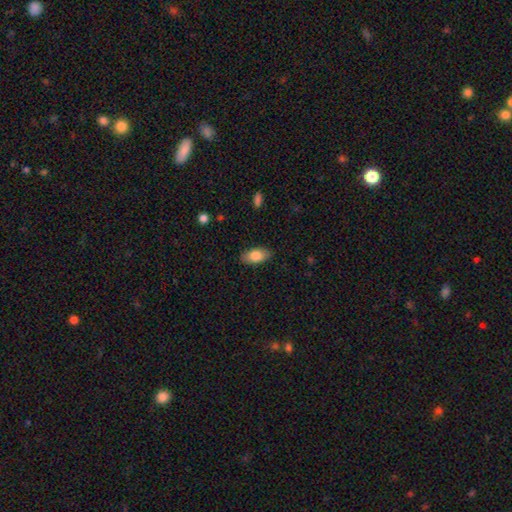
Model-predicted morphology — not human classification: A smooth galaxy with no disk features (82%) that is in between round and cigar-shaped (91%). Merging: none (86%).